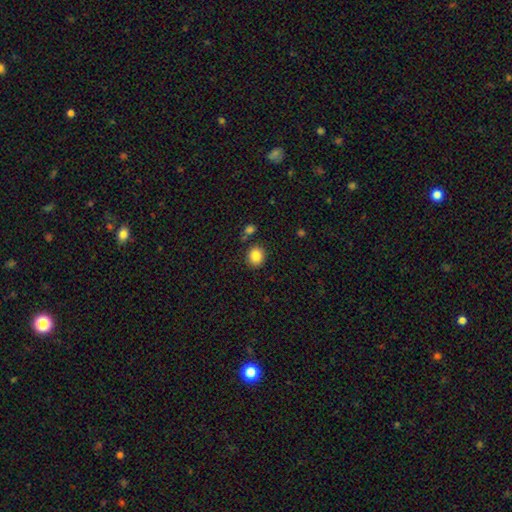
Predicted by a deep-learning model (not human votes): A smooth galaxy with no disk features (86%) that is round (77%).

Vote fractions:
- Smooth or featured? smooth: 86% / star or artifact: 9% / featured or disk: 5%
- How rounded? round: 77% / in between: 22% / cigar-shaped: 1%
- Merging? none: 82% / minor disturbance: 9% / merger: 6% / major disturbance: 3%